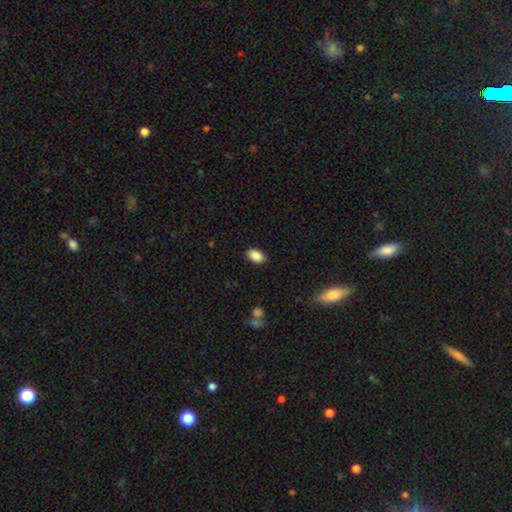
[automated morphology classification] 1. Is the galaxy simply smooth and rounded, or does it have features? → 89% smooth, 8% star or artifact, 4% featured or disk.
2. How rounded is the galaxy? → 88% in between, 11% round, 1% cigar-shaped.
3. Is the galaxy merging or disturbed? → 86% none, 11% minor disturbance, 2% major disturbance, 1% merger.